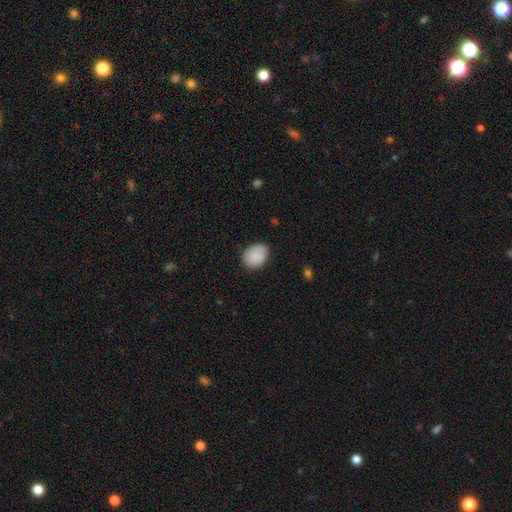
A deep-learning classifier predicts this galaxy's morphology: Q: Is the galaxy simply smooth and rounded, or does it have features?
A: smooth — 87%.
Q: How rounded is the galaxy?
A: in between — 61%.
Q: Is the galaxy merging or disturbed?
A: none — 77%.